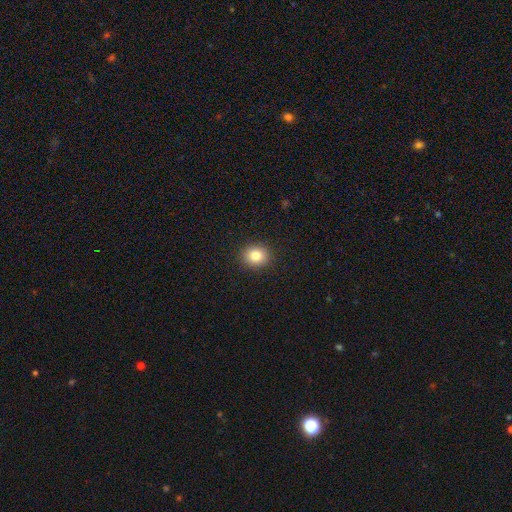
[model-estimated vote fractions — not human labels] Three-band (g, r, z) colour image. It shows a smooth galaxy with no disk features (83%) that is round (72%). Merging: none (91%).